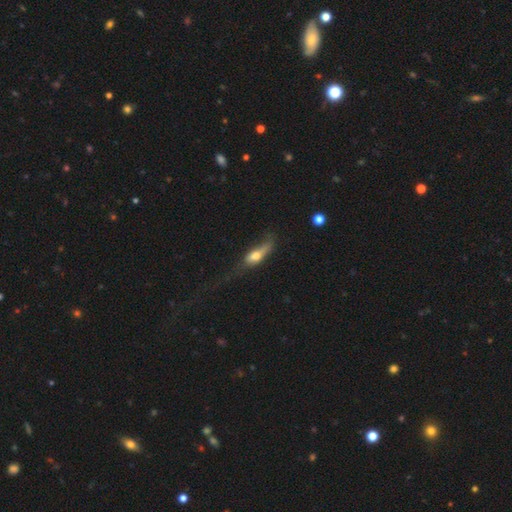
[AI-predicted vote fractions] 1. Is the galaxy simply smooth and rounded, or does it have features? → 61% smooth, 31% featured or disk, 8% star or artifact.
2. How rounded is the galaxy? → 56% in between, 39% cigar-shaped, 5% round.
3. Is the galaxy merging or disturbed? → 40% major disturbance, 28% none, 28% minor disturbance, 5% merger.